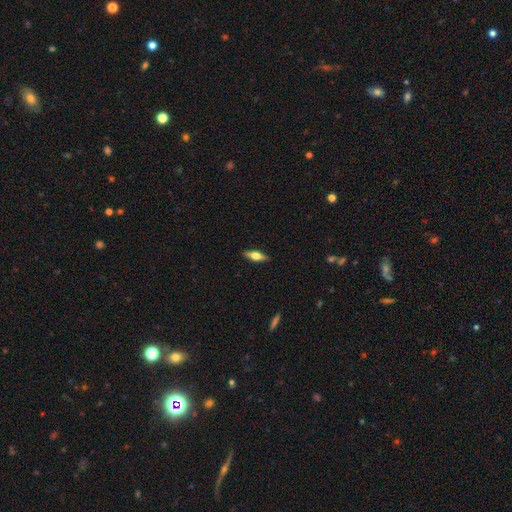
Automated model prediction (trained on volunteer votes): smooth-or-featured: featured or disk: 58% | smooth: 35% | star or artifact: 6%
  disk-edge-on: yes: 95% | no: 5%
    edge-on-bulge: rounded: 94% | boxy: 5% | none: 2%
  merging: none: 90% | minor disturbance: 8% | major disturbance: 2% | merger: 1%